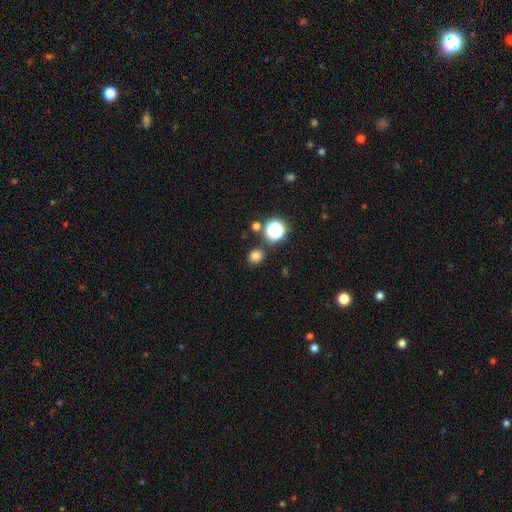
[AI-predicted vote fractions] The model was most divided on "smooth or featured": smooth: 75%, star or artifact: 19%, featured or disk: 5%. More confident: merging — none (85%); how rounded — round (79%).